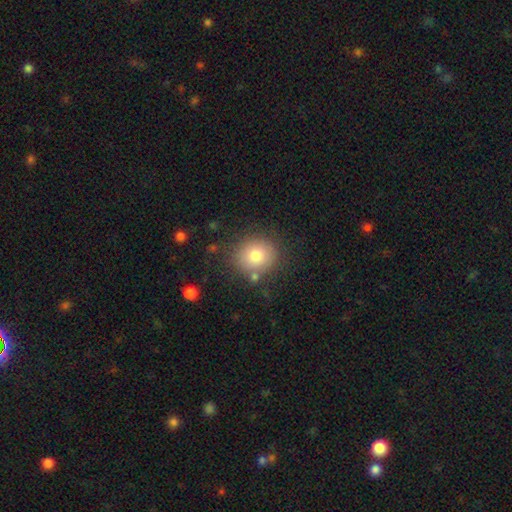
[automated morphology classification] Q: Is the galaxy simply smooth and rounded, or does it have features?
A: smooth — 79%.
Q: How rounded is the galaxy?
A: round — 81%.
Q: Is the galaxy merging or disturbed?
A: none — 80%.